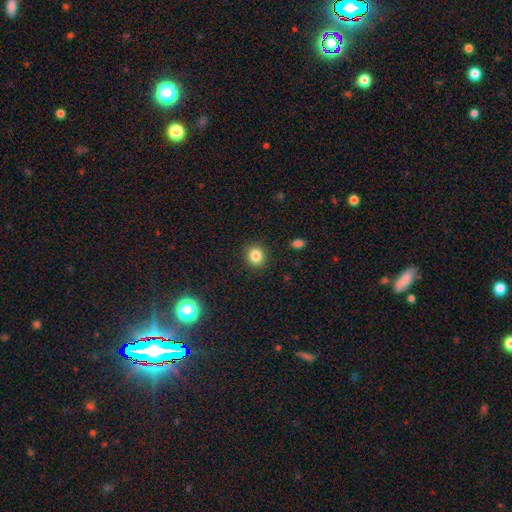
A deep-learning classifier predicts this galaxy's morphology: A smooth galaxy with no disk features (84%) that is round (80%).

Vote fractions:
- Smooth or featured? smooth: 84% / star or artifact: 11% / featured or disk: 5%
- How rounded? round: 80% / in between: 19% / cigar-shaped: 1%
- Merging? none: 91% / minor disturbance: 6% / major disturbance: 2% / merger: 1%